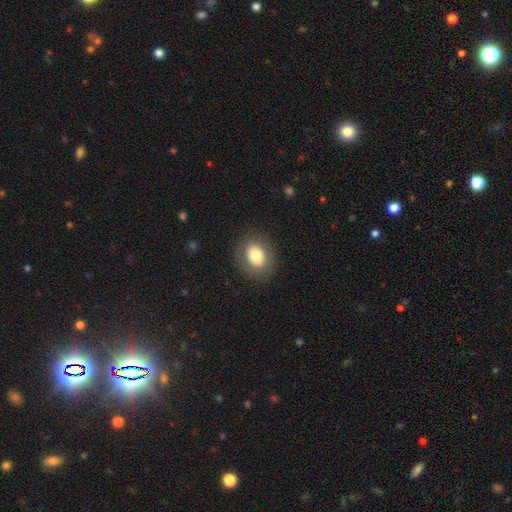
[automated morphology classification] This is likely a smooth galaxy (77%). How rounded: possibly in between (58%). Merging: clearly none (85%).